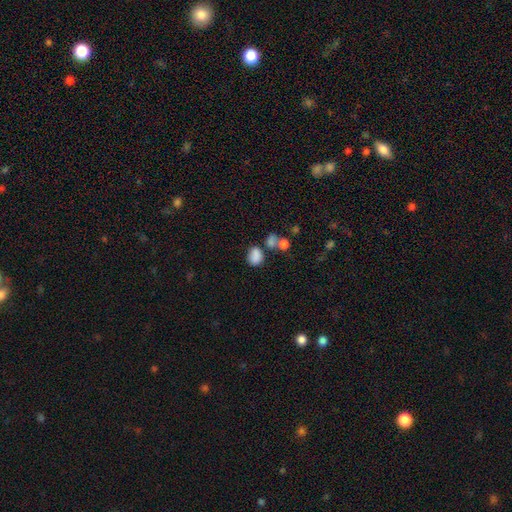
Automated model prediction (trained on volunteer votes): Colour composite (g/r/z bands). It shows a smooth galaxy with no disk features (82%) that is in between round and cigar-shaped (66%). Merging: none (50%).